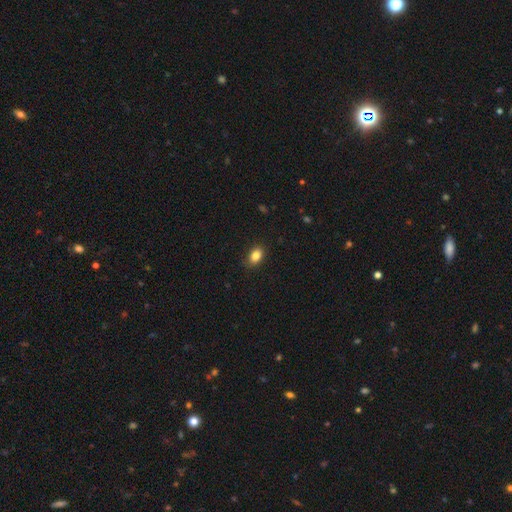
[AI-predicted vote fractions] smooth_or_featured: smooth (p=0.85) [alt: star or artifact p=0.09]
how_rounded: in between (p=0.80) [alt: round p=0.19]
merging: none (p=0.85) [alt: minor disturbance p=0.12]